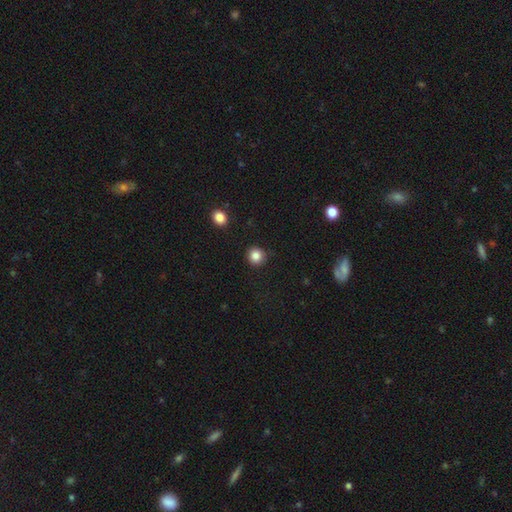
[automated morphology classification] type=smooth (85%); roundness=round (93%); merging=none (91%).